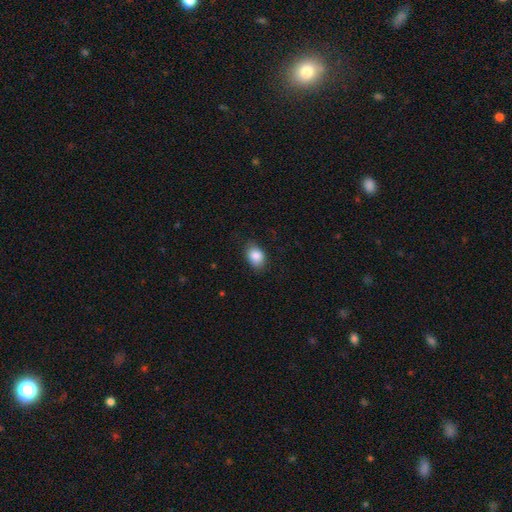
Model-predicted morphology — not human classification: This appears to be a smooth galaxy with no disk features (87%) that is in between round and cigar-shaped (76%). Merging: none (80%).